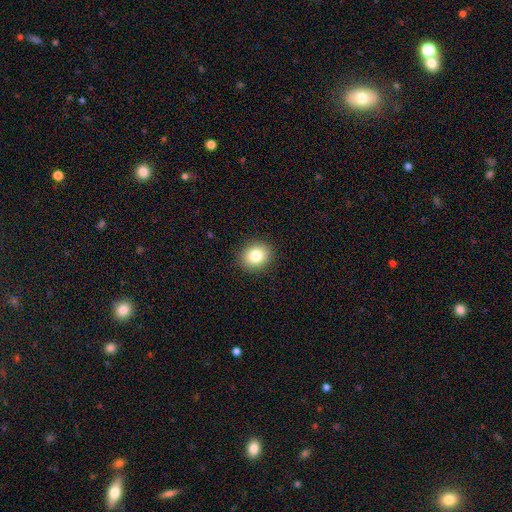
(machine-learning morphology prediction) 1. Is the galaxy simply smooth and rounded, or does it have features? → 83% smooth, 10% star or artifact, 7% featured or disk.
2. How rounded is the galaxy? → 65% round, 34% in between, 1% cigar-shaped.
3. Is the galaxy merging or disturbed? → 91% none, 7% minor disturbance, 2% major disturbance, 1% merger.